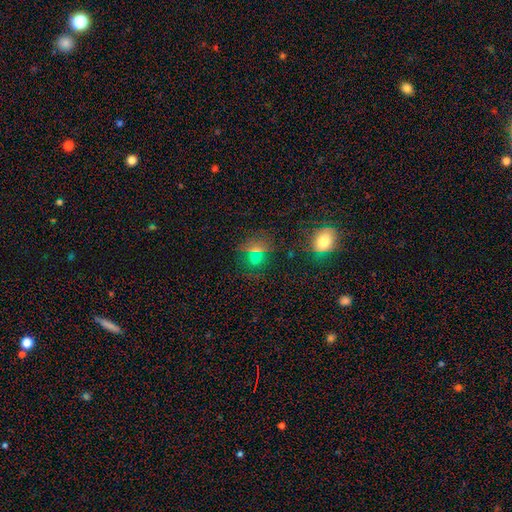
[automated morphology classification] A smooth galaxy with no disk features (54%) that is round (64%). Merging: none (75%).